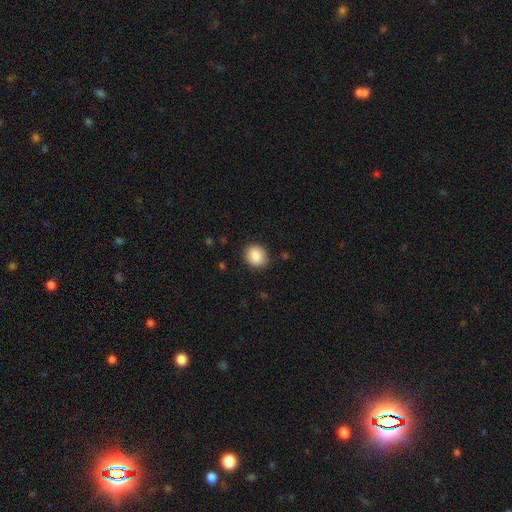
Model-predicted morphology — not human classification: smooth-or-featured: smooth: 89% | star or artifact: 7% | featured or disk: 4%
  how-rounded: round: 63% | in between: 36% | cigar-shaped: 1%
  merging: none: 86% | minor disturbance: 10% | major disturbance: 3% | merger: 1%